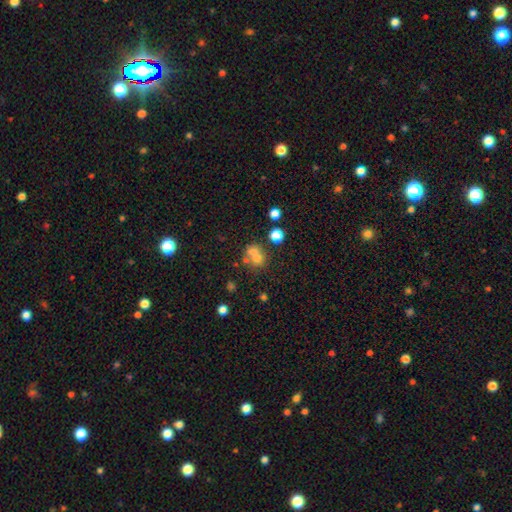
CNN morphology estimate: Smooth or featured?
  - smooth: 64% *
  - featured or disk: 19%
  - star or artifact: 18%
How rounded?
  - round: 77% *
  - in between: 22%
  - cigar-shaped: 1%
Merging?
  - merger: 52% *
  - none: 36%
  - minor disturbance: 7%
  - major disturbance: 5%